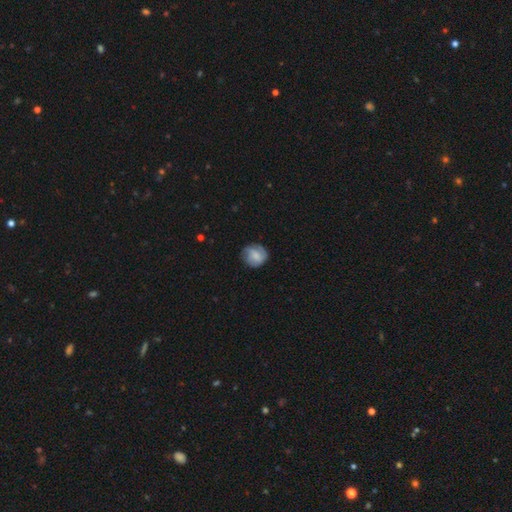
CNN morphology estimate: Smooth or featured? Predicted: smooth (p=0.57). How rounded? Predicted: round (p=0.81). Merging? Predicted: none (p=0.72).